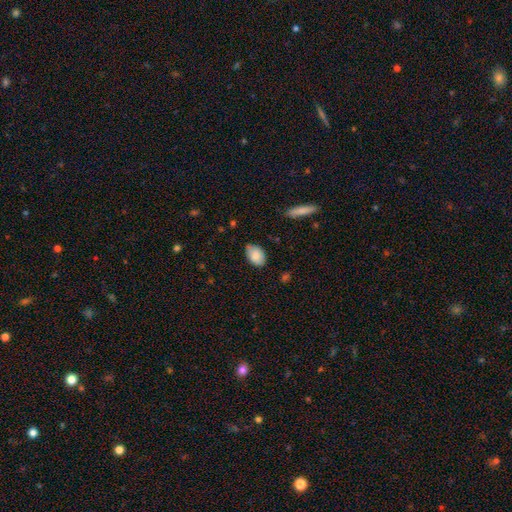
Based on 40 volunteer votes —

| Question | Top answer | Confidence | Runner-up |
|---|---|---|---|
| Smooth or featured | smooth | 85% | featured or disk (12%) |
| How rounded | in between | 88% | round (12%) |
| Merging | none | 77% | minor disturbance (21%) |